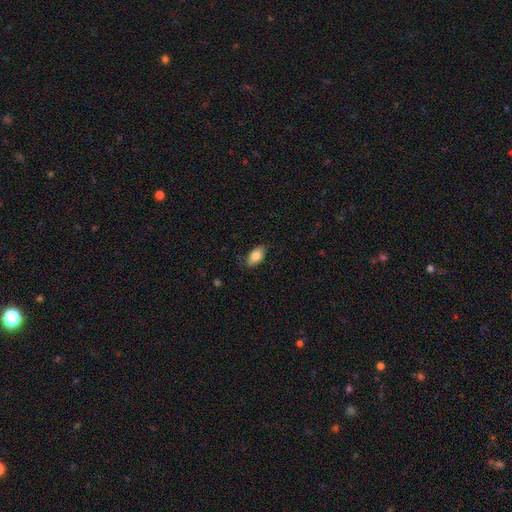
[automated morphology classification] Smooth or featured? Predicted: smooth (p=0.82). How rounded? Predicted: in between (p=0.92). Merging? Predicted: none (p=0.80).